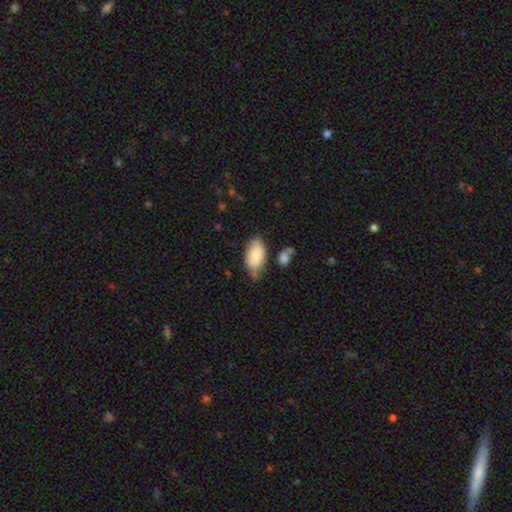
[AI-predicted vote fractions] Q: Smooth or featured?
A: smooth (83%); runner-up: featured or disk (11%)
Q: How rounded?
A: in between (94%); runner-up: round (3%)
Q: Merging?
A: none (61%); runner-up: minor disturbance (26%)